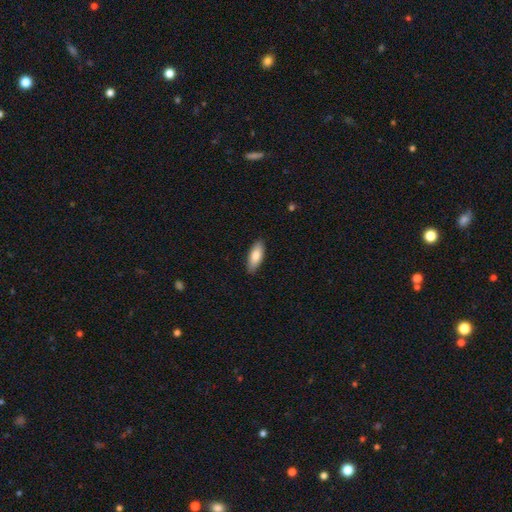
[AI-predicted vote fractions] This appears to be a smooth galaxy with no disk features (83%) that is in between round and cigar-shaped (71%). Merging: none (88%).